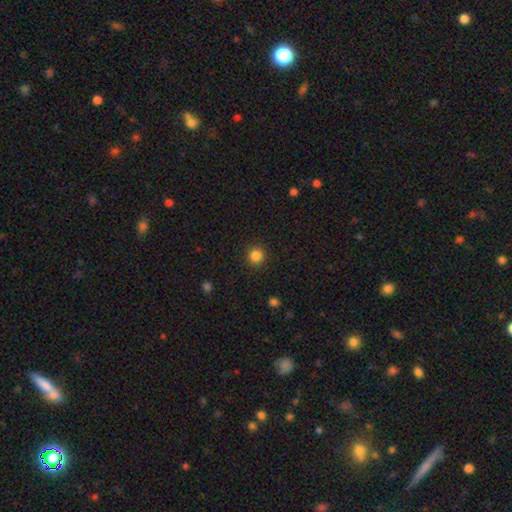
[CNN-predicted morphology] smooth_or_featured: smooth (p=0.85) [alt: star or artifact p=0.12]
how_rounded: round (p=0.94) [alt: in between p=0.05]
merging: none (p=0.91) [alt: minor disturbance p=0.05]